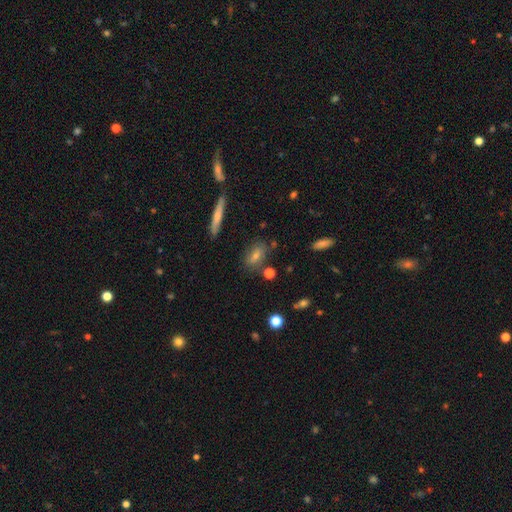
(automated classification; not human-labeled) Smooth or featured? smooth (57%)
How rounded? in between (71%)
Merging? none (78%)